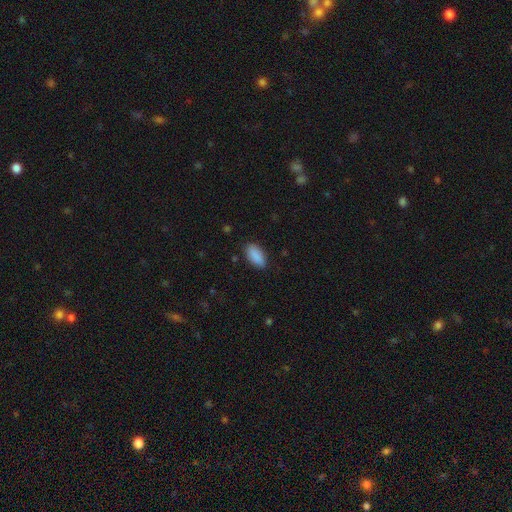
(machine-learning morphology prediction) Smooth or featured? smooth (90%)
How rounded? in between (91%)
Merging? none (86%)